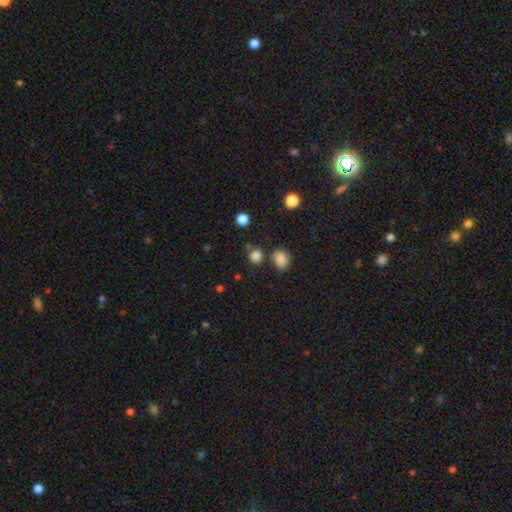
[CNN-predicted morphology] smooth 80%, star or artifact 15%, featured or disk 4%. Down the decision tree: how rounded — round (71%); merging — none (69%).